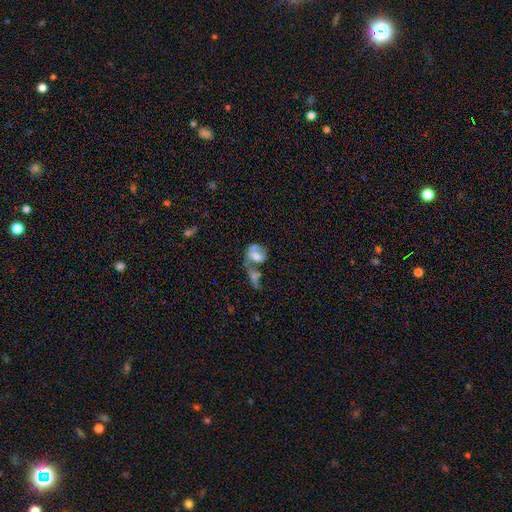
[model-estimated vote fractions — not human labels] Smooth or featured?
  - featured or disk: 46% *
  - smooth: 44%
  - star or artifact: 10%
Merging?
  - merger: 47% *
  - none: 21%
  - major disturbance: 18%
  - minor disturbance: 13%